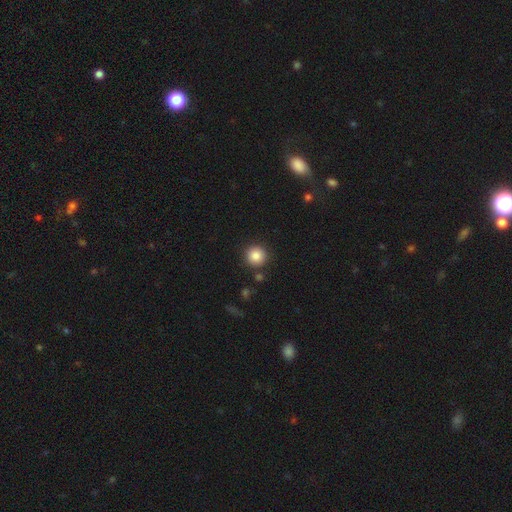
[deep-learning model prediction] Smooth or featured: smooth — 86% (star or artifact — 9%)
How rounded: round — 94% (in between — 5%)
Merging: none — 88% (minor disturbance — 7%)